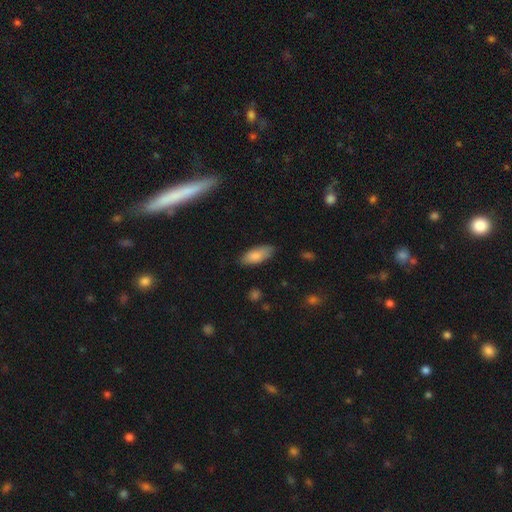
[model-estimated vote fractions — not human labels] Morphology: type=smooth (84%); roundness=in between (80%); merging=none (80%).